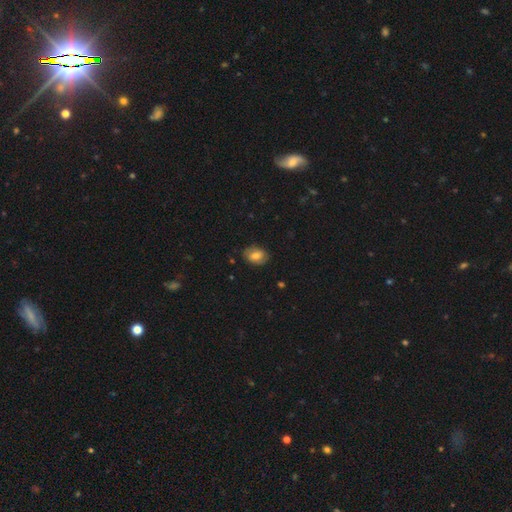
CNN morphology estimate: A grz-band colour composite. It shows a smooth galaxy with no disk features (64%) that is in between round and cigar-shaped (77%). Merging: none (80%).